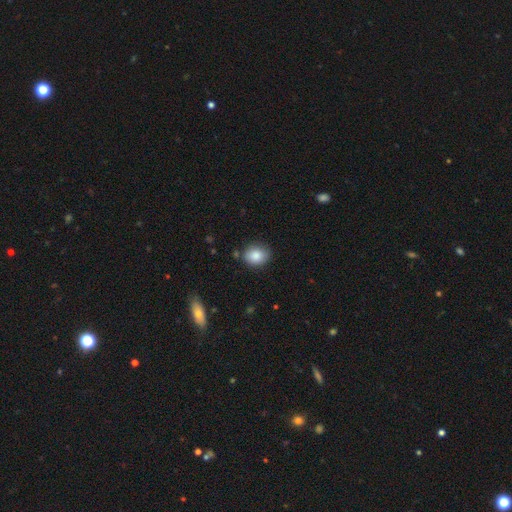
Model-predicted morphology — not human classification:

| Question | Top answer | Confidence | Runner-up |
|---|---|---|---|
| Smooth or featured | smooth | 85% | star or artifact (8%) |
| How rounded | round | 55% | in between (44%) |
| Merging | none | 79% | minor disturbance (15%) |